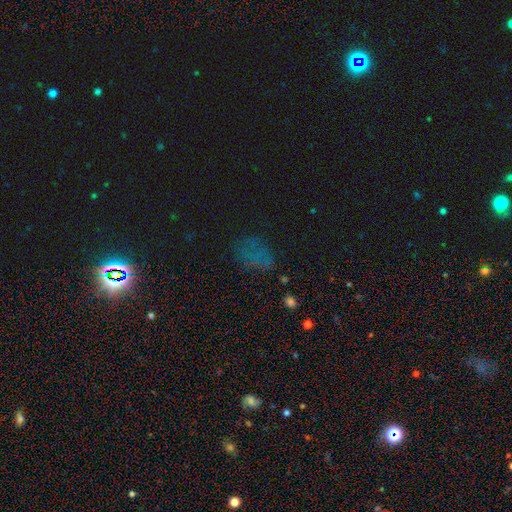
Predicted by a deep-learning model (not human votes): Smooth or featured? Predicted: star or artifact (p=0.44).